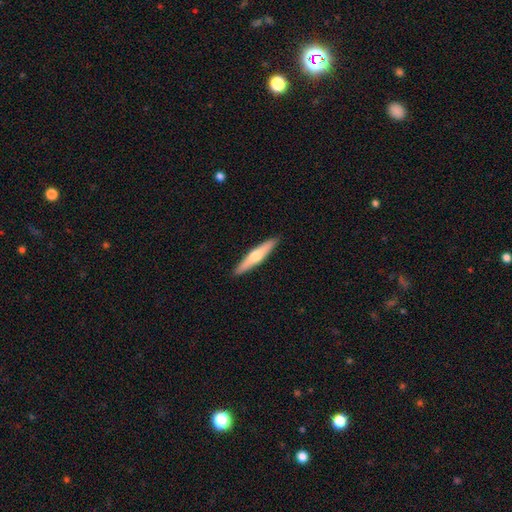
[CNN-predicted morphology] Smooth or featured?
  - featured or disk: 50% *
  - smooth: 45%
  - star or artifact: 5%
Merging?
  - none: 91% *
  - minor disturbance: 6%
  - major disturbance: 1%
  - merger: 1%